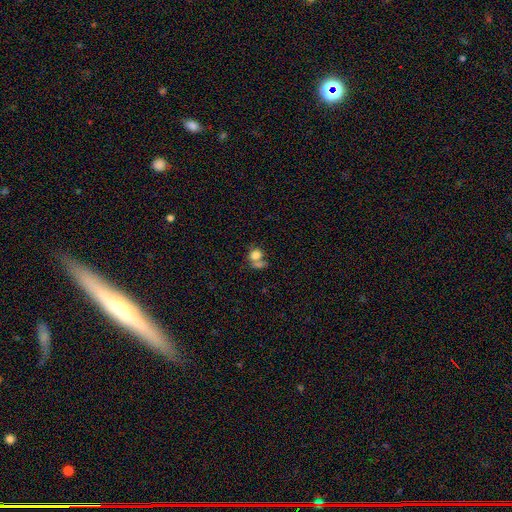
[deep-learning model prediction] Overall: smooth (75%). How rounded: round (64%; in between 35%). Merging: merger (44%; none 34%).